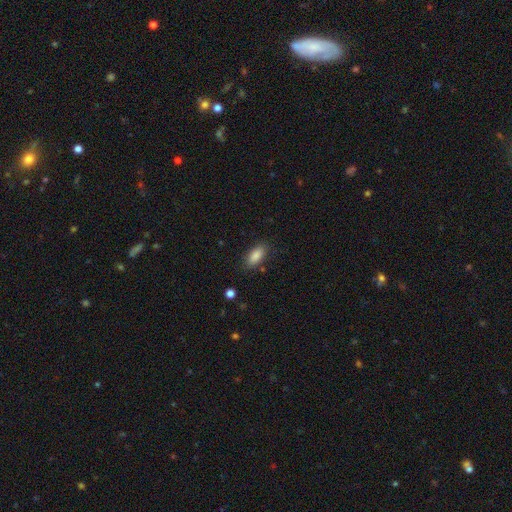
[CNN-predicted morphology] The model was most divided on "merging": none: 84%, minor disturbance: 11%, major disturbance: 3%, merger: 2%. More confident: how rounded — in between (87%); smooth or featured — smooth (87%).